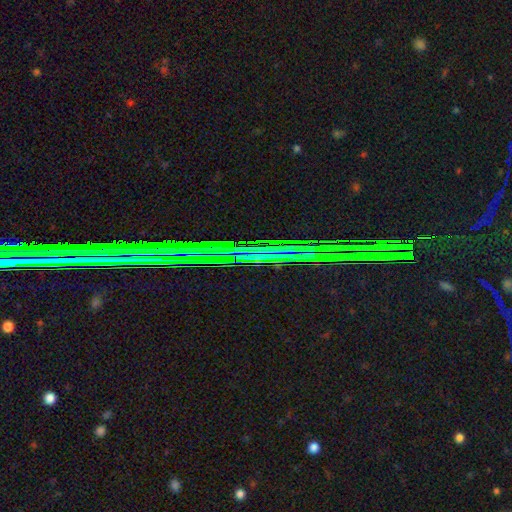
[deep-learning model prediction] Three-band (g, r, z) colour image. It shows a star or artifact, not a galaxy (84%).